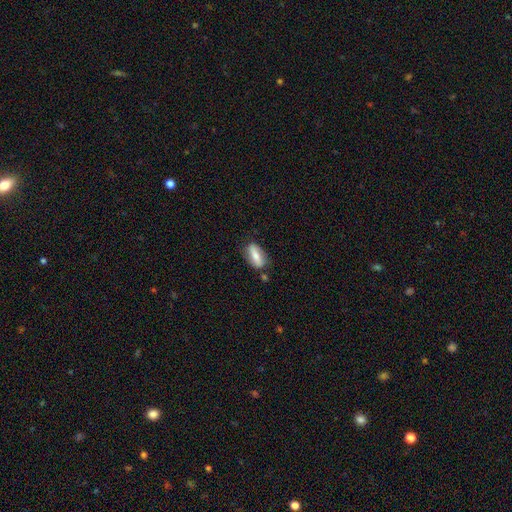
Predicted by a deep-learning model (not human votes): Morphology: type=smooth (62%); roundness=in between (78%); merging=none (74%).